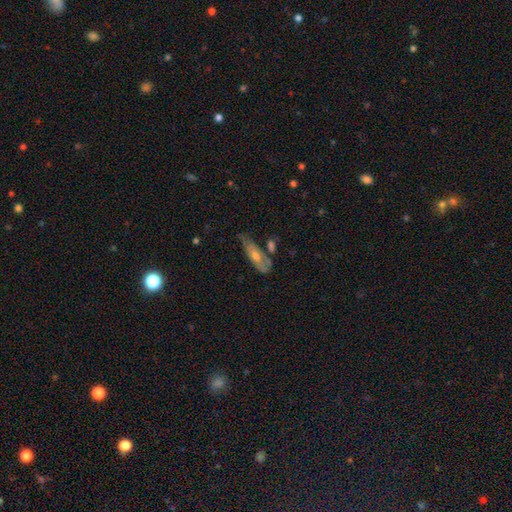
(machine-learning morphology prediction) A featured or disk galaxy (51%). Merging: none (49%).